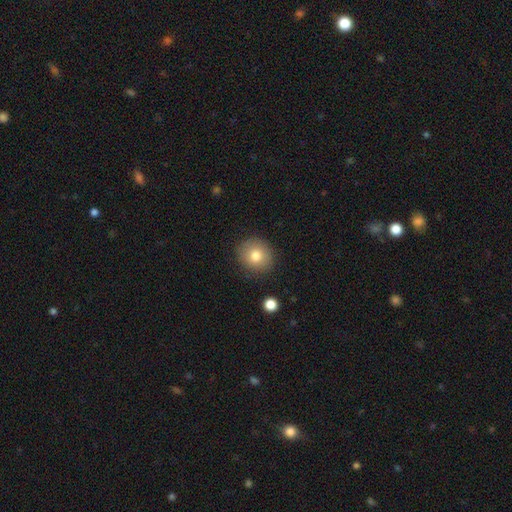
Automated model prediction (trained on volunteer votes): Smooth or featured? Predicted: smooth (p=0.79). How rounded? Predicted: round (p=0.82). Merging? Predicted: none (p=0.87).